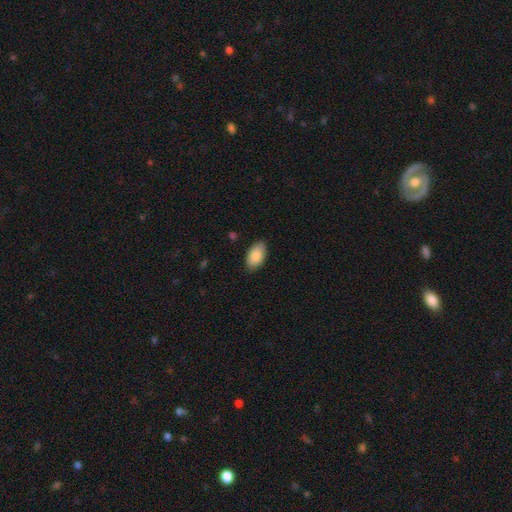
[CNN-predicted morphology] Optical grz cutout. It shows a smooth galaxy with no disk features (85%) that is in between round and cigar-shaped (94%). Merging: none (85%).